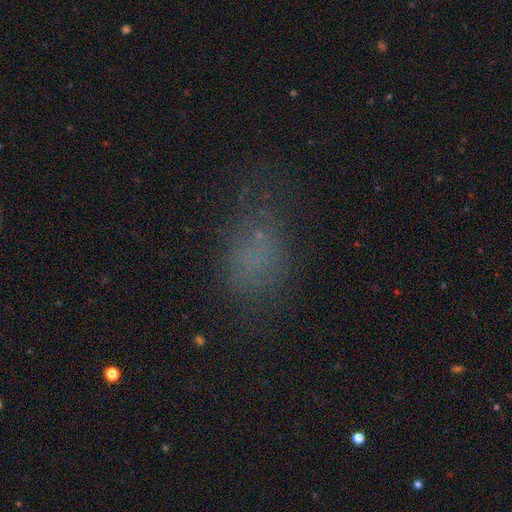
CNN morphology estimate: This appears to be a smooth galaxy with no disk features (61%) that is in between round and cigar-shaped (80%). Merging: none (53%).